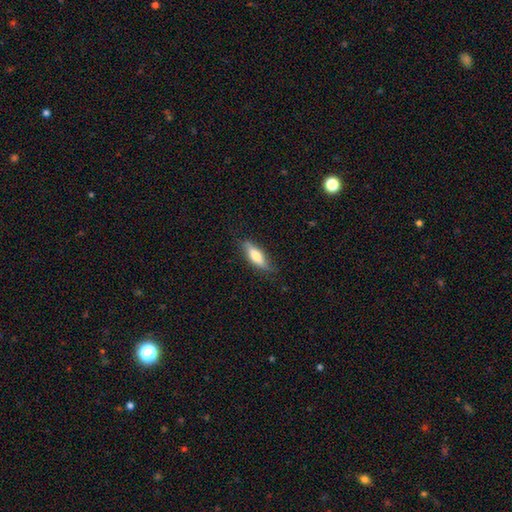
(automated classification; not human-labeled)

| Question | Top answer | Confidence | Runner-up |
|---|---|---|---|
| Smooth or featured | smooth | 70% | featured or disk (25%) |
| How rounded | in between | 55% | cigar-shaped (43%) |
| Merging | none | 76% | minor disturbance (19%) |